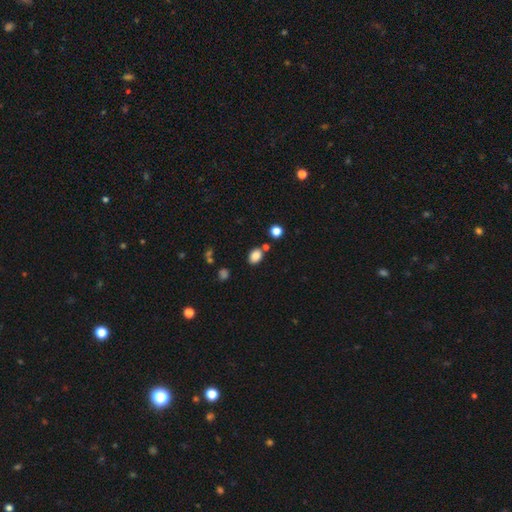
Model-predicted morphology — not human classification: Smooth or featured? smooth (84%)
How rounded? in between (73%)
Merging? none (74%)